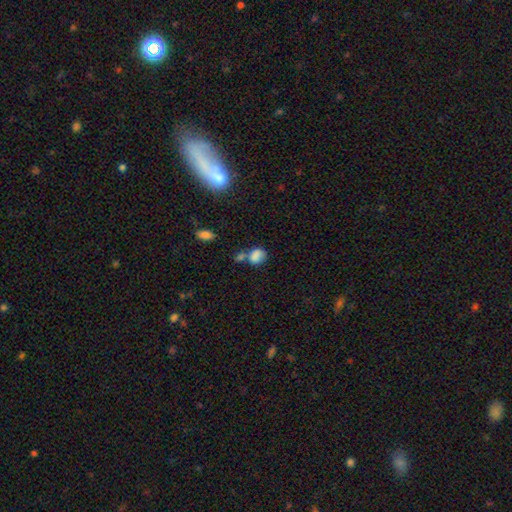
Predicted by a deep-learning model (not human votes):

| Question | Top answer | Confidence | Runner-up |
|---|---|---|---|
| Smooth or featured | smooth | 81% | star or artifact (11%) |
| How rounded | in between | 54% | round (44%) |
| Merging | merger | 39% | none (37%) |